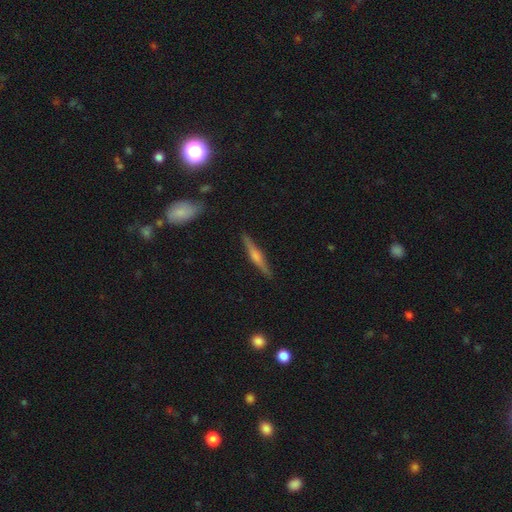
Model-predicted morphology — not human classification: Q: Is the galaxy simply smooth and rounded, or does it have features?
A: featured or disk — 67%.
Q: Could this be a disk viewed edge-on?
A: yes — 98%.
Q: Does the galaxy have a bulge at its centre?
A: rounded — 76%.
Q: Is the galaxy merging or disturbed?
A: none — 90%.